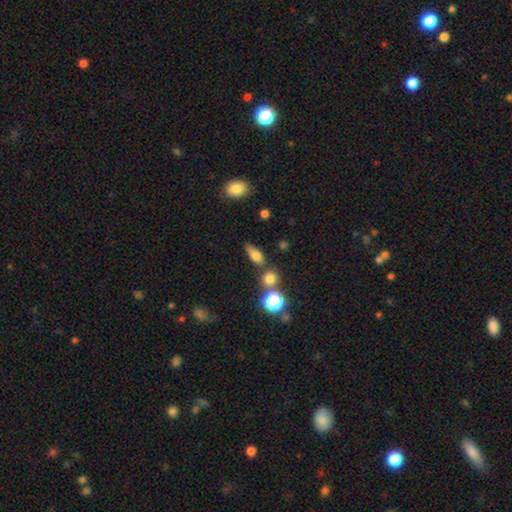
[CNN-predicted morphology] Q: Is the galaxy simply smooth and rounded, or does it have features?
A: smooth — 75%.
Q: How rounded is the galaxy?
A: in between — 70%.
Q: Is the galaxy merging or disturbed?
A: none — 61%.